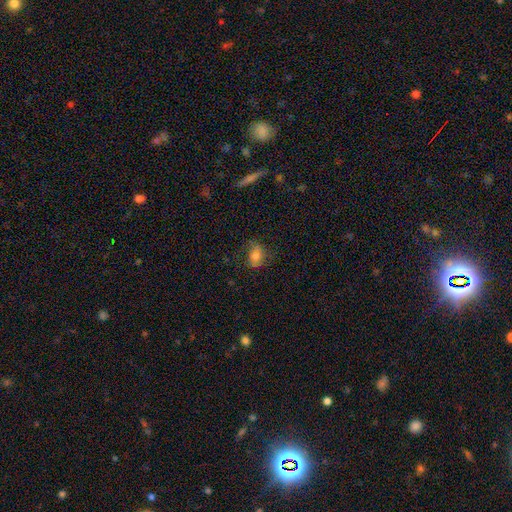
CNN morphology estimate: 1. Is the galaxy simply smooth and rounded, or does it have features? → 64% smooth, 24% featured or disk, 12% star or artifact.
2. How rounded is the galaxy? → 68% in between, 30% round, 3% cigar-shaped.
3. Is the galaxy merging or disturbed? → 65% none, 22% minor disturbance, 11% major disturbance, 2% merger.